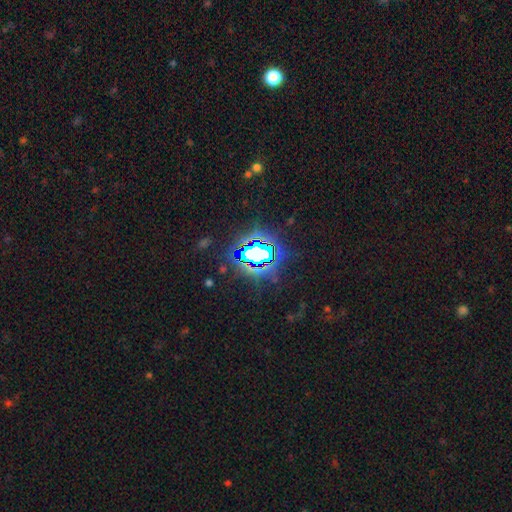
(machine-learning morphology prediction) Smooth or featured? star or artifact (74%)